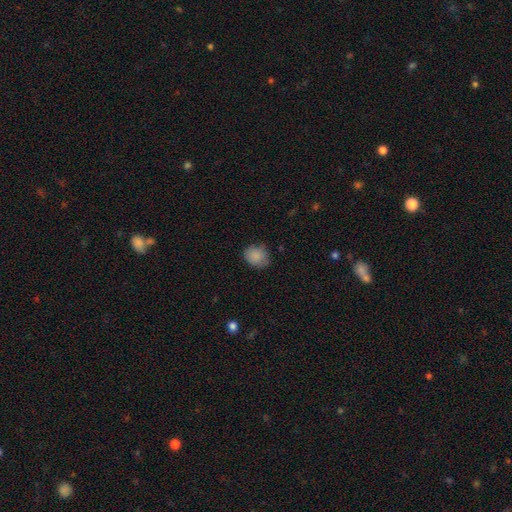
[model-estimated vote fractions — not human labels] smooth 86%, star or artifact 8%, featured or disk 5%. Down the decision tree: how rounded — round (65%); merging — none (74%).